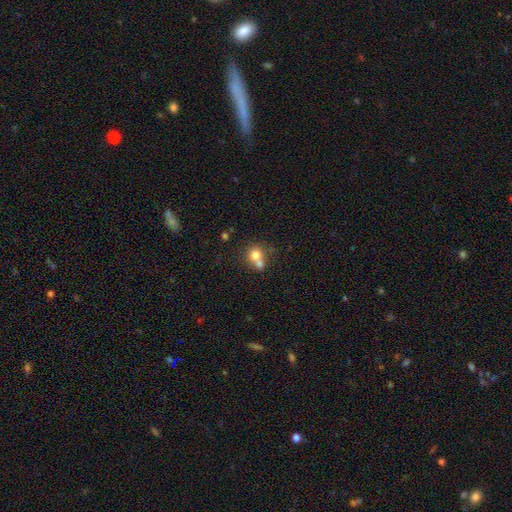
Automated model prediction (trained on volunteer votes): Smooth or featured? smooth (73%)
How rounded? round (81%)
Merging? merger (52%)